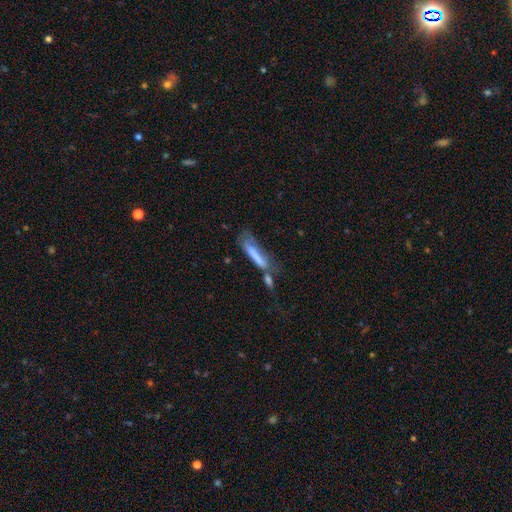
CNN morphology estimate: Q: Smooth or featured?
A: smooth (66%); runner-up: featured or disk (26%)
Q: How rounded?
A: cigar-shaped (79%); runner-up: in between (19%)
Q: Merging?
A: merger (33%); runner-up: none (28%)